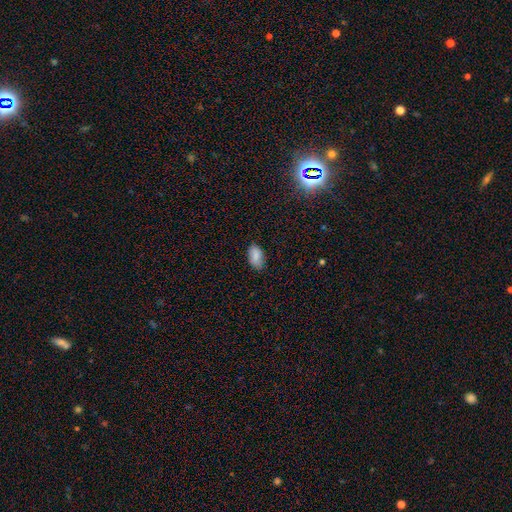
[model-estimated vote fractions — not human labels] A smooth galaxy with no disk features (85%) that is in between round and cigar-shaped (93%). Merging: none (78%).